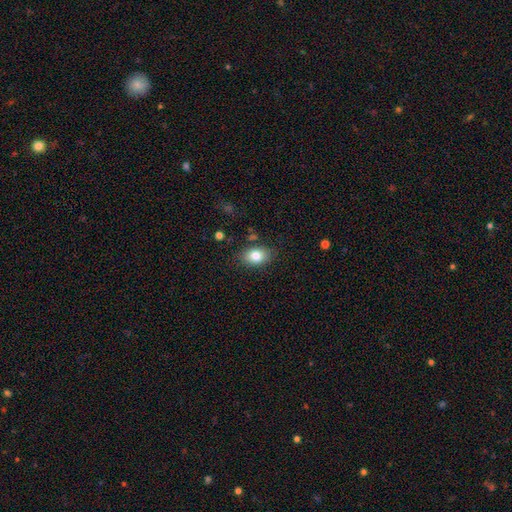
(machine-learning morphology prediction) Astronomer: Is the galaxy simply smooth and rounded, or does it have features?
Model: smooth — 82%.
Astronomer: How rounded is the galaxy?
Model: in between — 82%.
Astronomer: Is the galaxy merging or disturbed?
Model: none — 82%.